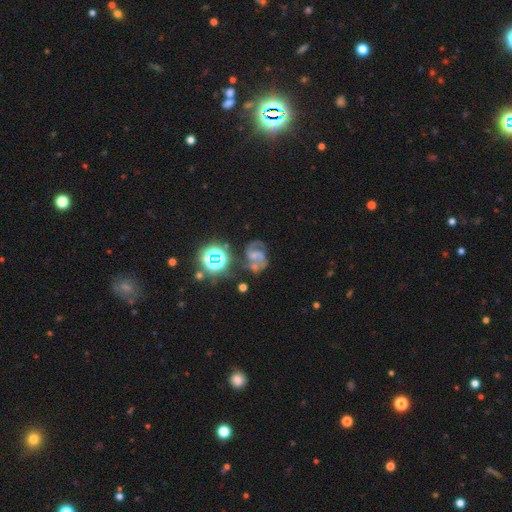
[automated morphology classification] A featured or disk galaxy (72%) with no bar (45%), 2 (83%) medium (54%) spiral arms (91%) and a small central bulge (35%, tied with none).

Vote fractions:
- Smooth or featured? featured or disk: 72% / star or artifact: 15% / smooth: 13%
- Edge-on disk? no: 98% / yes: 2%
- Bar? no: 45% / weak: 42% / strong: 14%
- Spiral arms? yes: 91% / no: 9%
- Spiral winding? medium: 54% / loose: 28% / tight: 18%
- Spiral arm count? 2: 83% / can't tell: 7% / 1: 4% / 3: 4% / 4: 1% / more than 4: 1%
- Bulge size? small: 35% (tied) / none: 35% (tied) / moderate: 23% / large: 5% / dominant: 2%
- Merging? none: 48% / minor disturbance: 20% / major disturbance: 17% / merger: 15%